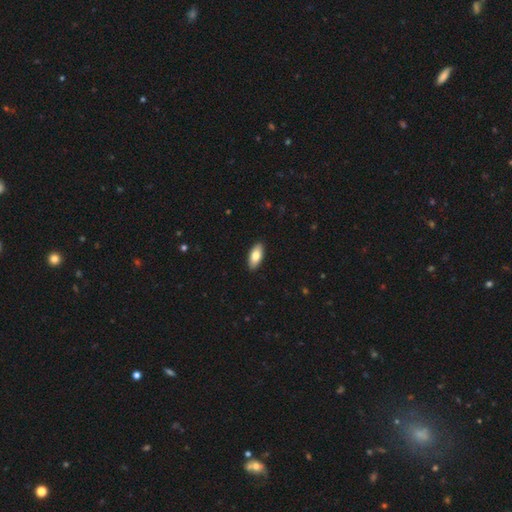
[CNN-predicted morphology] smooth 79%, featured or disk 15%, star or artifact 6%. Down the decision tree: how rounded — in between (87%); merging — none (91%).